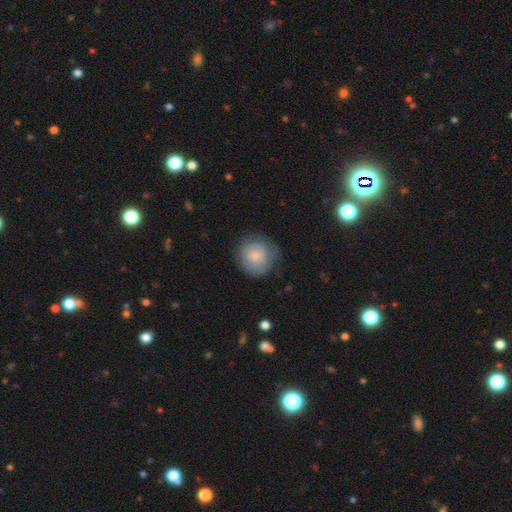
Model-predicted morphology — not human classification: Smooth or featured? smooth (69%)
How rounded? round (90%)
Merging? none (72%)